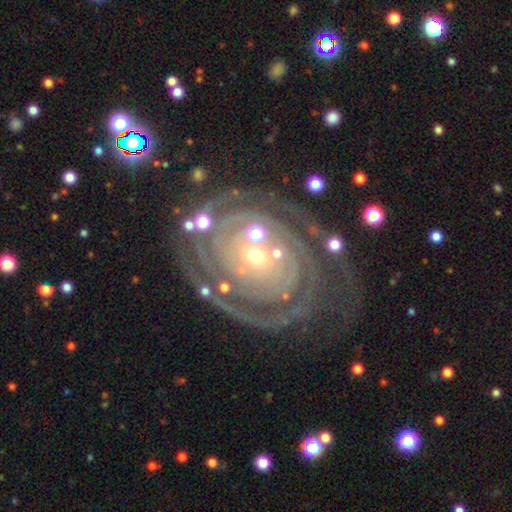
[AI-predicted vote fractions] The model was most divided on "spiral arm count": 2: 29%, can't tell: 26%, 3: 17%, 4: 11%, more than 4: 9%, 1: 7%. More confident: edge-on disk — no (97%); spiral arms — yes (96%); smooth or featured — featured or disk (89%); spiral winding — tight (84%); bar — no (77%); merging — none (65%); bulge size — small (61%).